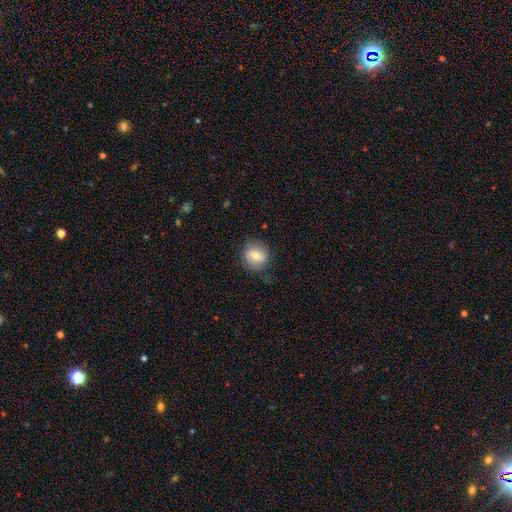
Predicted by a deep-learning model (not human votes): smooth-or-featured: smooth: 49% | featured or disk: 43% | star or artifact: 8%
  merging: none: 72% | minor disturbance: 20% | major disturbance: 7% | merger: 1%